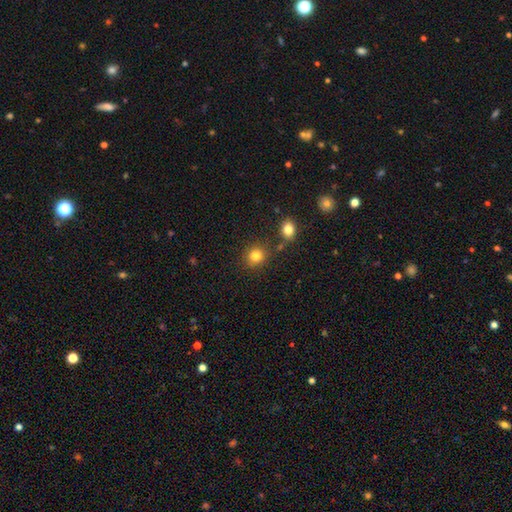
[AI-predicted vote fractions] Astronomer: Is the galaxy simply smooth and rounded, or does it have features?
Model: smooth — 82%.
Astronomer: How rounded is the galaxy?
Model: round — 82%.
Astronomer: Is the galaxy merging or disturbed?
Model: none — 81%.